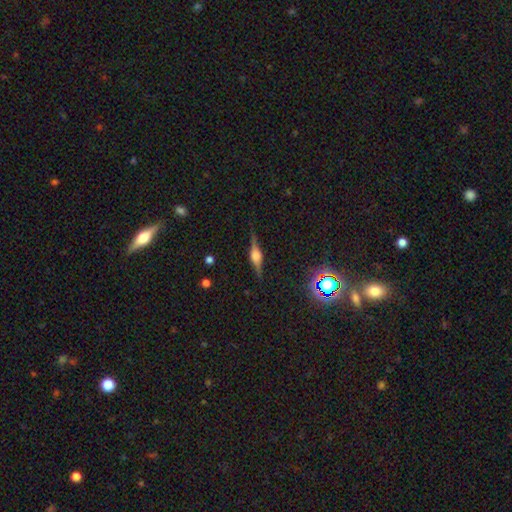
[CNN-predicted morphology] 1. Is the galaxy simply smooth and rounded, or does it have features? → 76% featured or disk, 14% smooth, 10% star or artifact.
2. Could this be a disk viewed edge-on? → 97% yes, 3% no.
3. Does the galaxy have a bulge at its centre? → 81% rounded, 17% boxy, 2% none.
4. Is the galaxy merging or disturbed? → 87% none, 9% minor disturbance, 2% major disturbance, 1% merger.